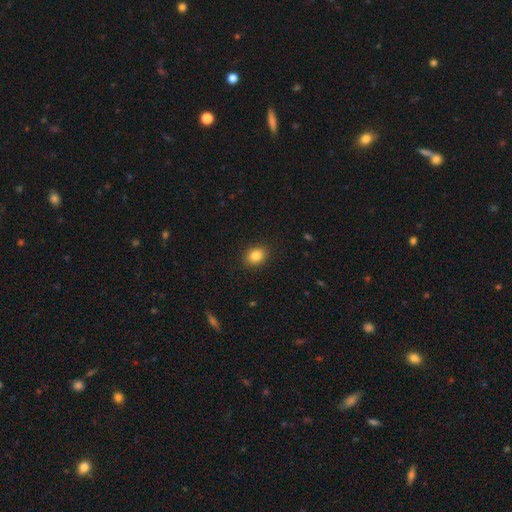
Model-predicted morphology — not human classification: type=smooth (85%); roundness=in between (54%); merging=none (90%).